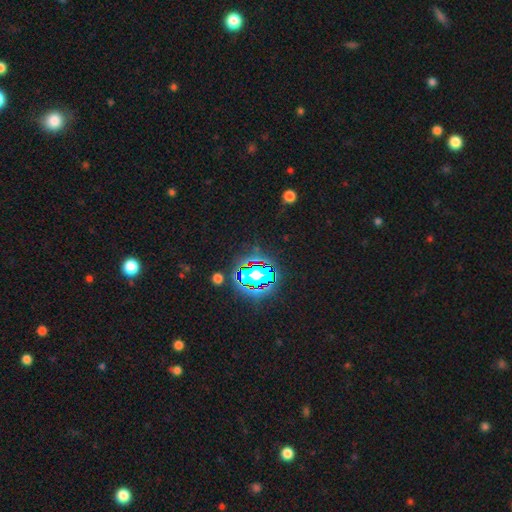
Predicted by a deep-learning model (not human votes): Q: Smooth or featured?
A: star or artifact (80%); runner-up: smooth (12%)